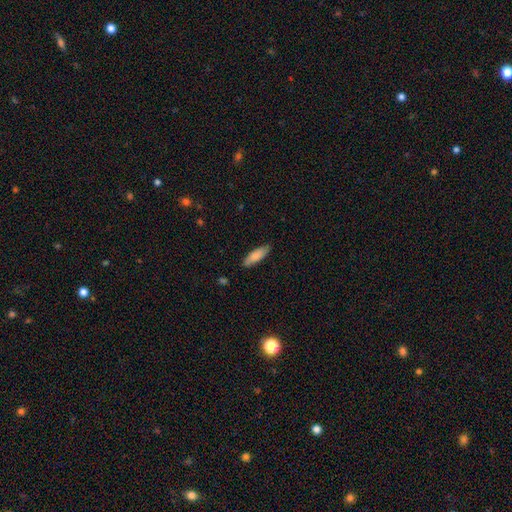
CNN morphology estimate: Smooth or featured: smooth — 82% (featured or disk — 13%)
How rounded: in between — 53% (cigar-shaped — 46%)
Merging: none — 85% (minor disturbance — 12%)